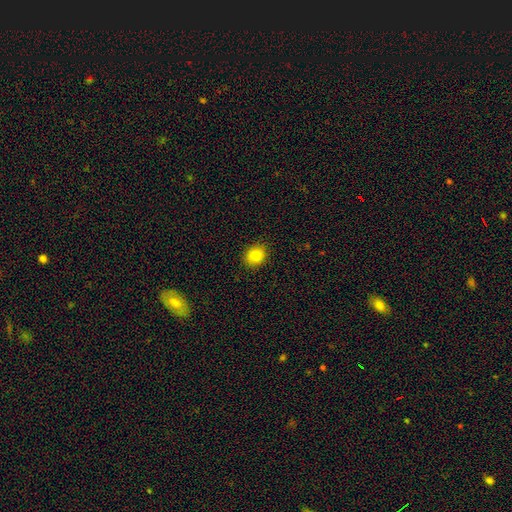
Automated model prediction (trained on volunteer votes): smooth_or_featured: smooth (p=0.83) [alt: star or artifact p=0.10]
how_rounded: round (p=0.61) [alt: in between p=0.38]
merging: none (p=0.90) [alt: minor disturbance p=0.07]